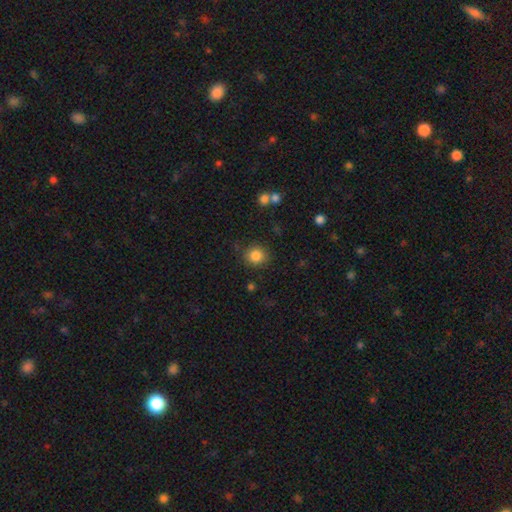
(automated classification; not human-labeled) This appears to be a smooth galaxy with no disk features (85%) that is round (87%). Merging: none (84%).